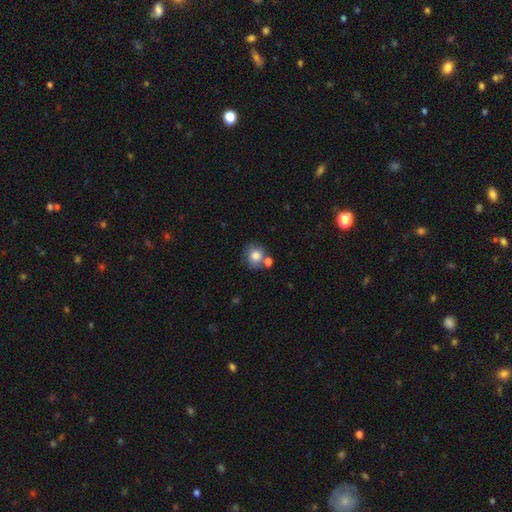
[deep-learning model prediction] A smooth galaxy with no disk features (81%) that is round (87%). Merging: none (64%).